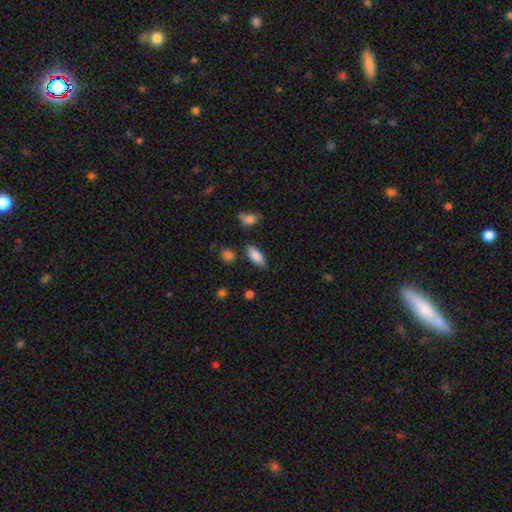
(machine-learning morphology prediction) Smooth or featured? Predicted: smooth (p=0.82). How rounded? Predicted: in between (p=0.77). Merging? Predicted: none (p=0.80).